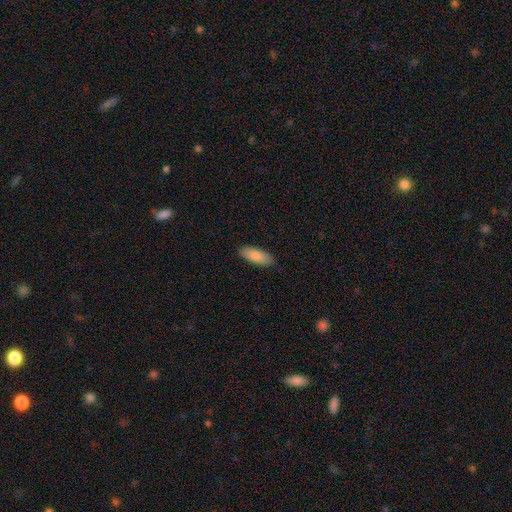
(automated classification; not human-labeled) Morphology: type=smooth (86%); roundness=in between (74%); merging=none (88%).